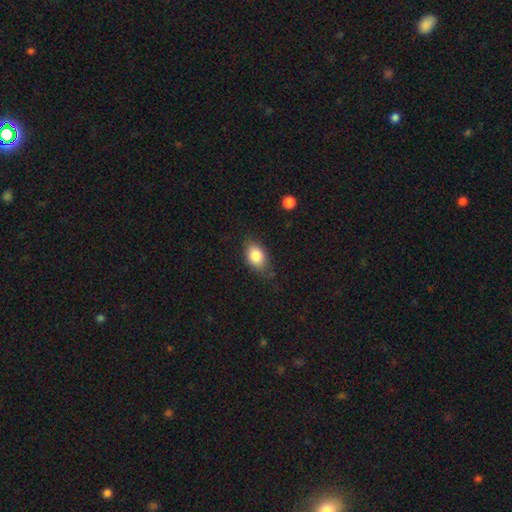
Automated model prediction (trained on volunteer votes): Smooth or featured: smooth — 83% (featured or disk — 9%)
How rounded: in between — 82% (round — 16%)
Merging: none — 72% (minor disturbance — 21%)